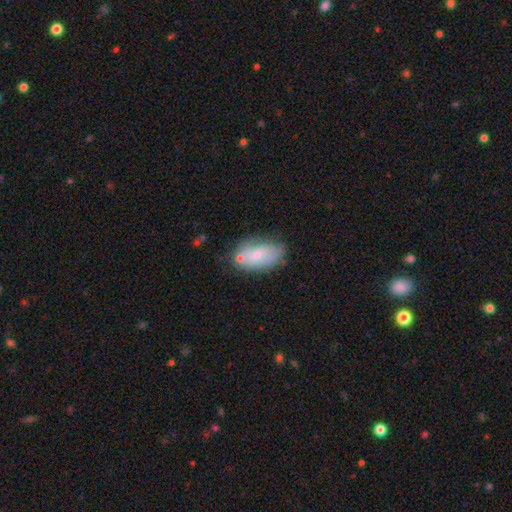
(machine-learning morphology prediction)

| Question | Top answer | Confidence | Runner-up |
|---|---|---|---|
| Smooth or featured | smooth | 66% | featured or disk (27%) |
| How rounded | in between | 92% | round (6%) |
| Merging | none | 55% | minor disturbance (25%) |